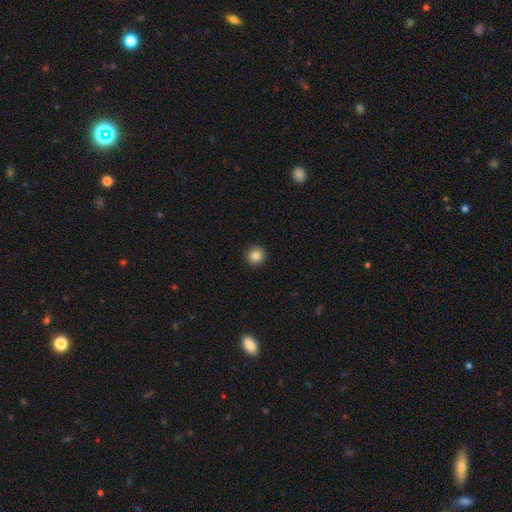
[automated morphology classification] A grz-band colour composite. It shows a smooth galaxy with no disk features (85%) that is round (94%). Merging: none (93%).